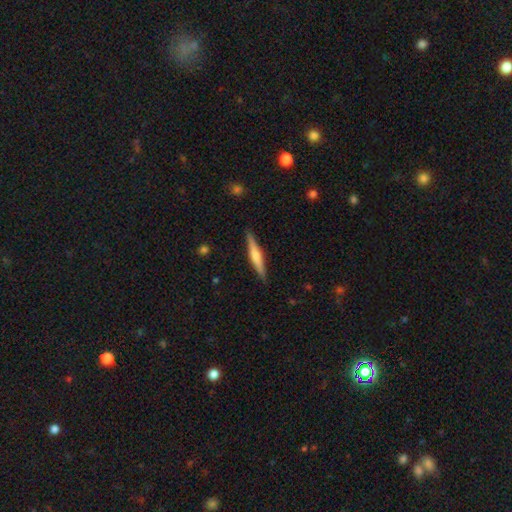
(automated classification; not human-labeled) This appears to be a featured or disk galaxy (54%) viewed edge-on (97%) with a rounded central bulge (69%). Merging: none (89%).